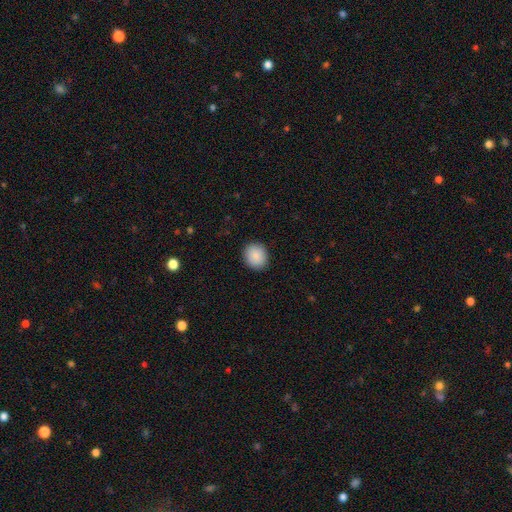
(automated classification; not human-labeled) Smooth or featured? Predicted: smooth (p=0.88). How rounded? Predicted: round (p=0.75). Merging? Predicted: none (p=0.90).